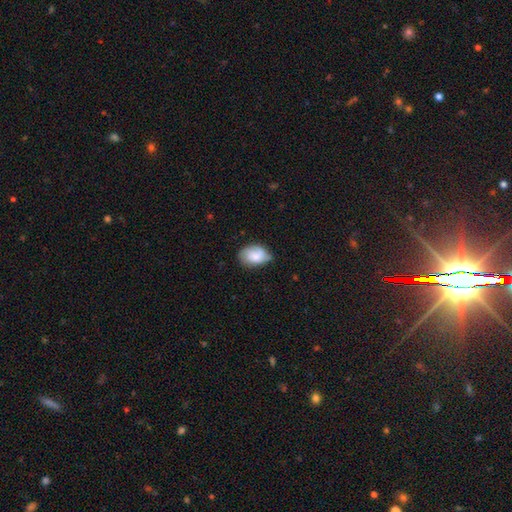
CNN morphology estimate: A smooth galaxy with no disk features (74%) that is in between round and cigar-shaped (79%). Merging: none (57%).